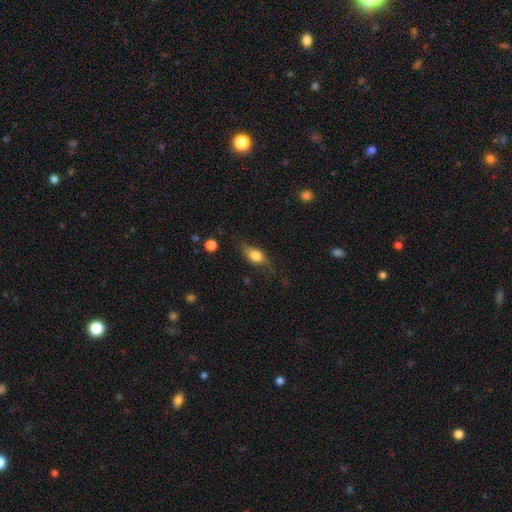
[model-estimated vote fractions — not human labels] Smooth or featured: smooth — 72% (featured or disk — 20%)
How rounded: in between — 76% (round — 14%)
Merging: none — 62% (minor disturbance — 26%)